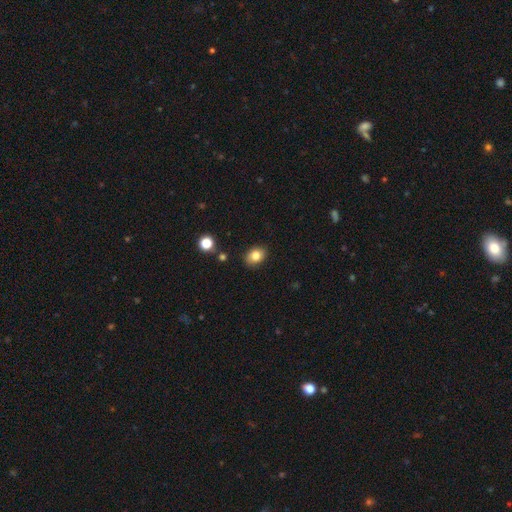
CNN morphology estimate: A smooth galaxy with no disk features (82%) that is in between round and cigar-shaped (63%).

Vote fractions:
- Smooth or featured? smooth: 82% / star or artifact: 10% / featured or disk: 8%
- How rounded? in between: 63% / round: 36% / cigar-shaped: 1%
- Merging? none: 86% / minor disturbance: 10% / major disturbance: 2% / merger: 2%